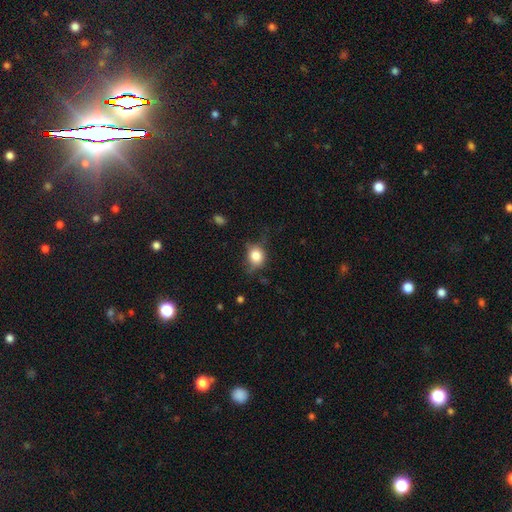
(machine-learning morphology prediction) Smooth or featured: smooth — 77% (featured or disk — 12%)
How rounded: round — 66% (in between — 33%)
Merging: none — 56% (minor disturbance — 30%)